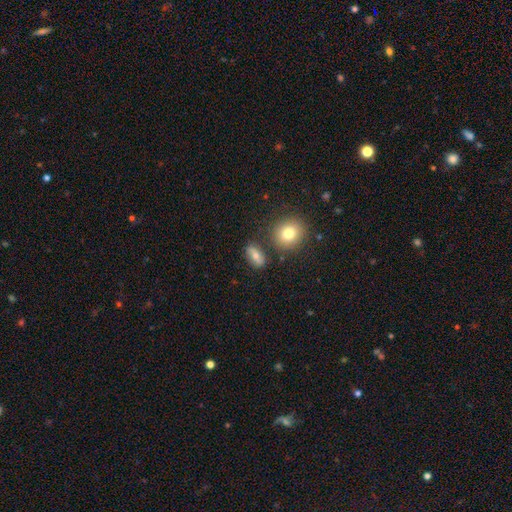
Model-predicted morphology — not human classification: Smooth or featured? Predicted: smooth (p=0.70). How rounded? Predicted: in between (p=0.75). Merging? Predicted: none (p=0.75).